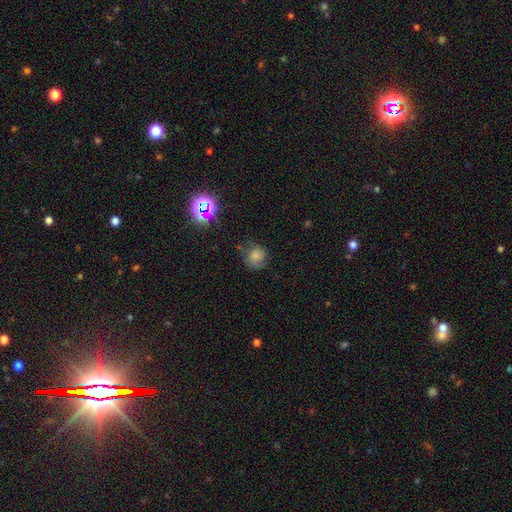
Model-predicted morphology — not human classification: Smooth or featured? Predicted: smooth (p=0.62). How rounded? Predicted: round (p=0.79). Merging? Predicted: none (p=0.57).